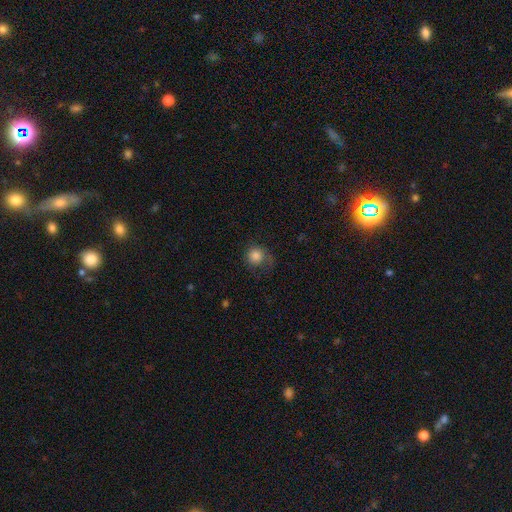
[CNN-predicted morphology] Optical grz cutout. It shows a smooth galaxy with no disk features (82%) that is round (89%). Merging: none (60%).